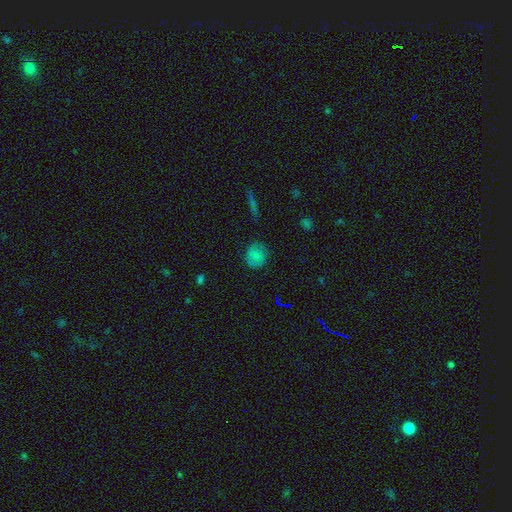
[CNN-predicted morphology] A smooth galaxy with no disk features (77%) that is round (81%).

Vote fractions:
- Smooth or featured? smooth: 77% / star or artifact: 14% / featured or disk: 8%
- How rounded? round: 81% / in between: 18% / cigar-shaped: 1%
- Merging? none: 82% / minor disturbance: 13% / major disturbance: 3% / merger: 1%